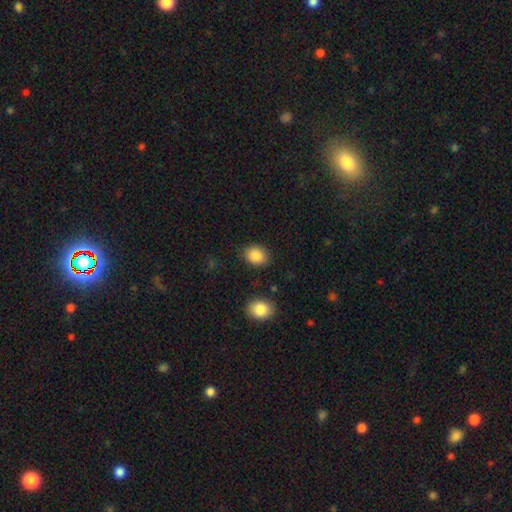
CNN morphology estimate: Smooth or featured? Predicted: smooth (p=0.87). How rounded? Predicted: in between (p=0.58). Merging? Predicted: none (p=0.85).